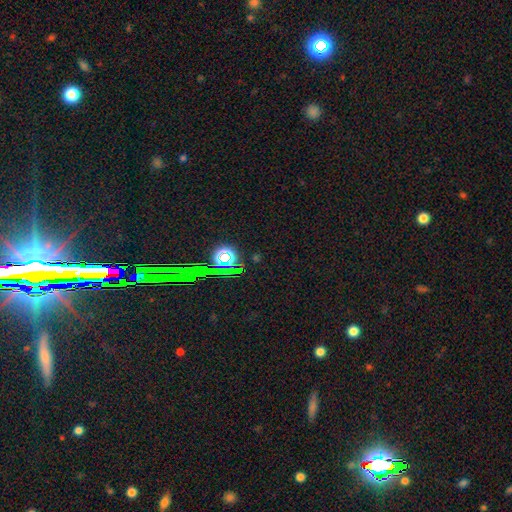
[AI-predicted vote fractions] The model was most divided on "smooth or featured": star or artifact: 73%, smooth: 19%, featured or disk: 8%.